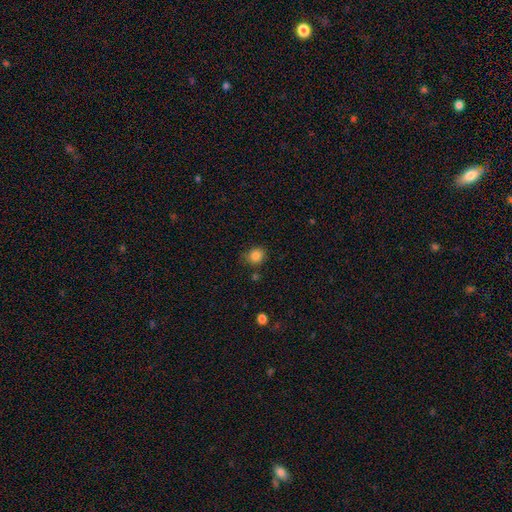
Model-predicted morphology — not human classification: Smooth or featured?
  - smooth: 84% *
  - star or artifact: 11%
  - featured or disk: 5%
How rounded?
  - round: 78% *
  - in between: 21%
  - cigar-shaped: 1%
Merging?
  - none: 75% *
  - minor disturbance: 18%
  - major disturbance: 4%
  - merger: 4%